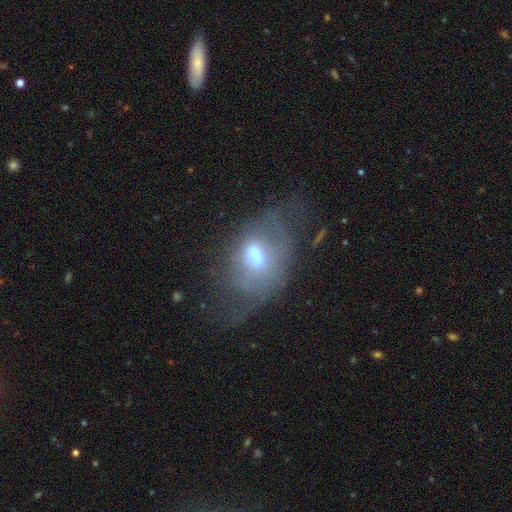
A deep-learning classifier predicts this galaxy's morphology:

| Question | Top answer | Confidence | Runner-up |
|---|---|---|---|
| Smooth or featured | smooth | 44% | tied: featured or disk (44%) |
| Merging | major disturbance | 43% | none (29%) |